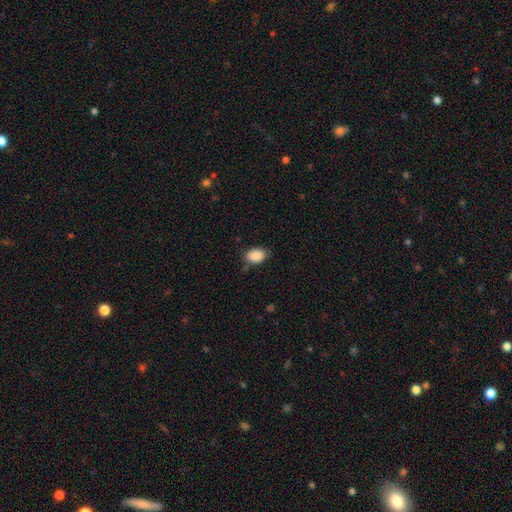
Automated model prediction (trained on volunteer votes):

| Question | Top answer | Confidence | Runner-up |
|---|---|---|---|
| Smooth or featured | smooth | 89% | star or artifact (7%) |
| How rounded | in between | 83% | round (16%) |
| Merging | none | 77% | minor disturbance (17%) |